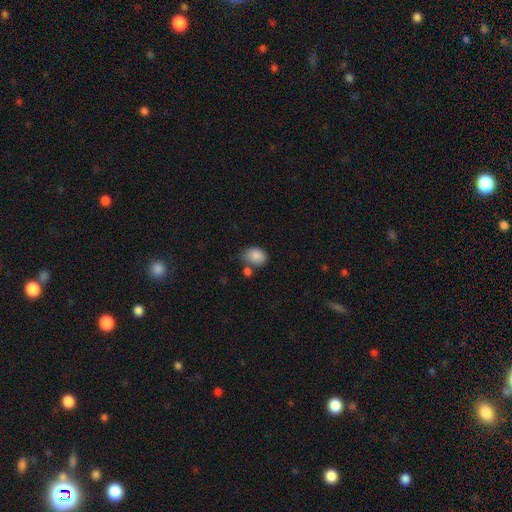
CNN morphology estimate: smooth 86%, star or artifact 8%, featured or disk 6%. Down the decision tree: how rounded — in between (68%); merging — none (59%).